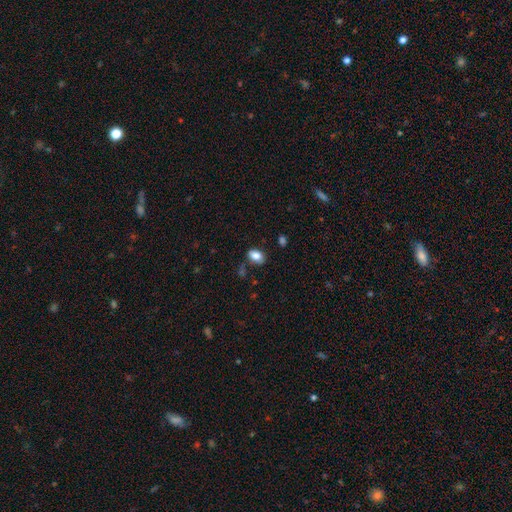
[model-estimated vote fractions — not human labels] Smooth or featured: smooth — 84% (star or artifact — 9%)
How rounded: in between — 85% (round — 13%)
Merging: none — 77% (minor disturbance — 16%)